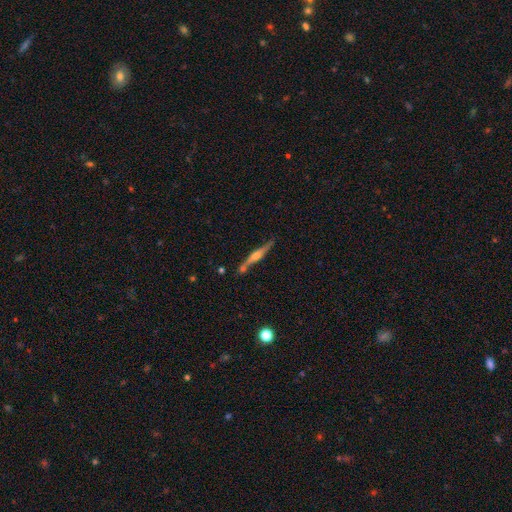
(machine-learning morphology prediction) Smooth or featured? Predicted: featured or disk (p=0.75). Edge-on disk? Predicted: yes (p=0.96). Edge-on bulge? Predicted: rounded (p=0.86). Merging? Predicted: none (p=0.75).